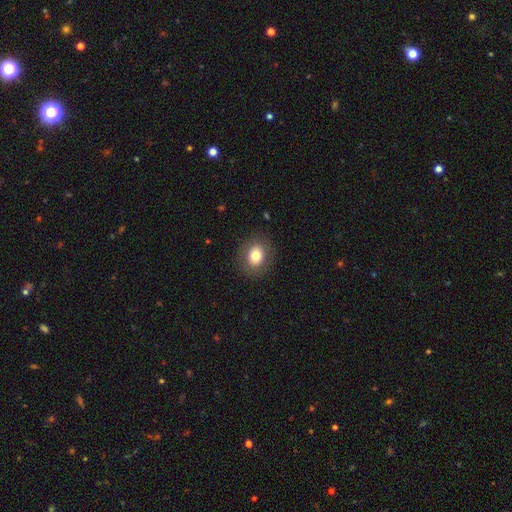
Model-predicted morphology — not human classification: Smooth or featured?
  - smooth: 79% *
  - featured or disk: 12%
  - star or artifact: 10%
How rounded?
  - round: 56% *
  - in between: 43%
  - cigar-shaped: 1%
Merging?
  - none: 87% *
  - minor disturbance: 9%
  - major disturbance: 3%
  - merger: 1%